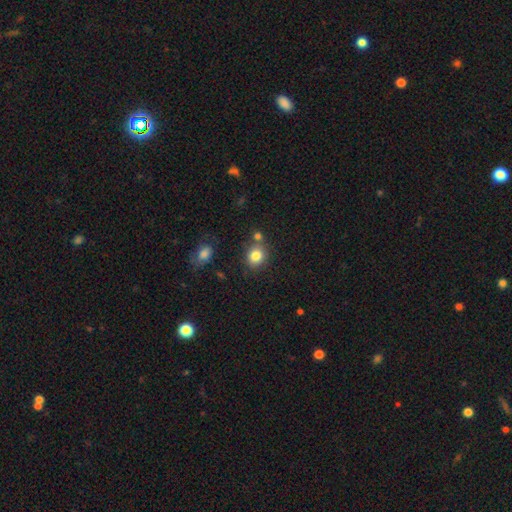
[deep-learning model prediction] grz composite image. It shows a smooth galaxy with no disk features (82%) that is round (73%). Merging: none (70%).